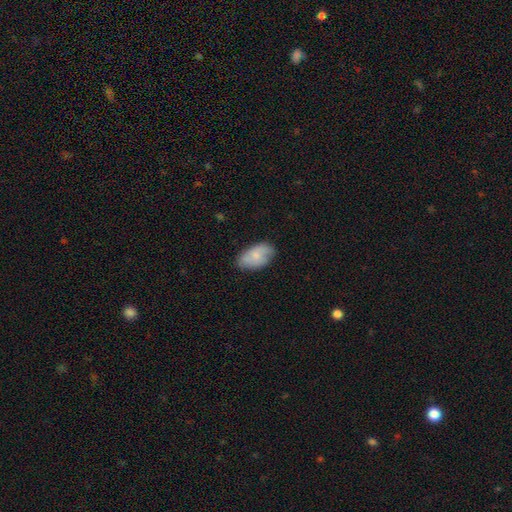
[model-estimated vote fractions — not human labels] Q: Smooth or featured?
A: smooth (74%); runner-up: featured or disk (19%)
Q: How rounded?
A: in between (93%); runner-up: round (5%)
Q: Merging?
A: none (73%); runner-up: minor disturbance (21%)